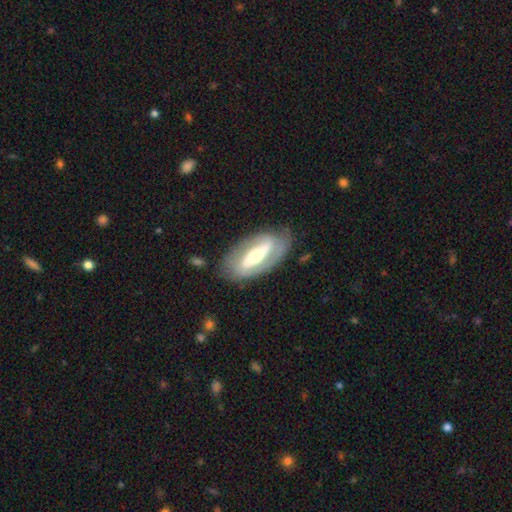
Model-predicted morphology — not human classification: smooth-or-featured: featured or disk: 72% | smooth: 23% | star or artifact: 5%
  disk-edge-on: no: 88% | yes: 12%
    bar: strong: 58% | weak: 22% | no: 20%
    has-spiral-arms: yes: 55% | no: 45%
    bulge-size: moderate: 62% | small: 24% | large: 12% | dominant: 2% | none: 1%
  merging: none: 77% | minor disturbance: 15% | major disturbance: 6% | merger: 2%